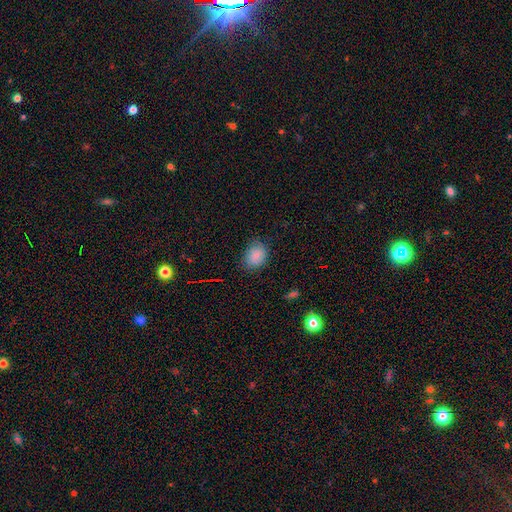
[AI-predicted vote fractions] smooth_or_featured: smooth (p=0.85) [alt: star or artifact p=0.09]
how_rounded: in between (p=0.62) [alt: round p=0.37]
merging: none (p=0.76) [alt: minor disturbance p=0.18]